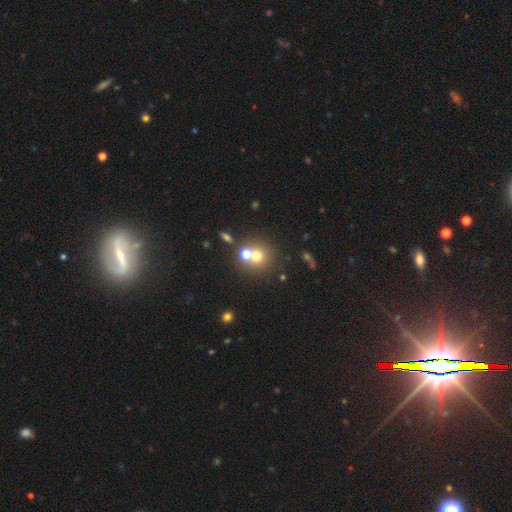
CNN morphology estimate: smooth 66%, star or artifact 18%, featured or disk 16%. Down the decision tree: how rounded — round (88%); merging — none (53%).